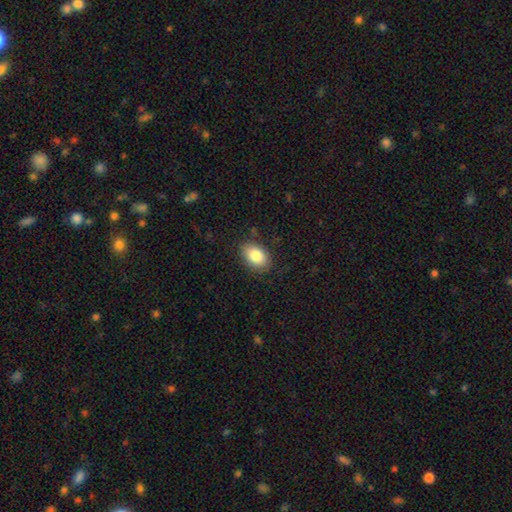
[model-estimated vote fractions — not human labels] Smooth or featured?
  - smooth: 84% *
  - featured or disk: 8%
  - star or artifact: 8%
How rounded?
  - in between: 85% *
  - round: 14%
  - cigar-shaped: 1%
Merging?
  - none: 84% *
  - minor disturbance: 12%
  - major disturbance: 3%
  - merger: 1%